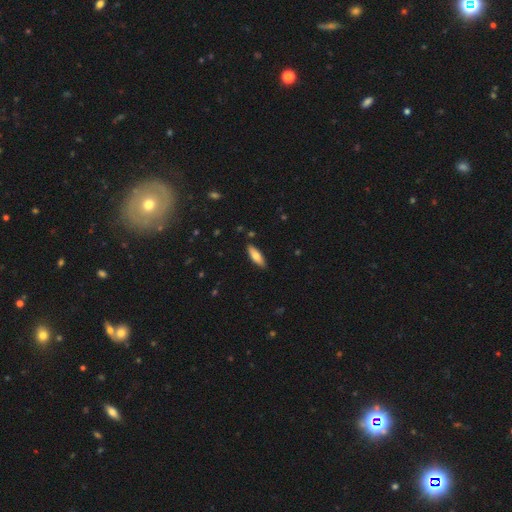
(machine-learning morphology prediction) smooth-or-featured: smooth: 73% | featured or disk: 21% | star or artifact: 6%
  how-rounded: in between: 57% | cigar-shaped: 41% | round: 2%
  merging: none: 86% | minor disturbance: 10% | major disturbance: 2% | merger: 1%